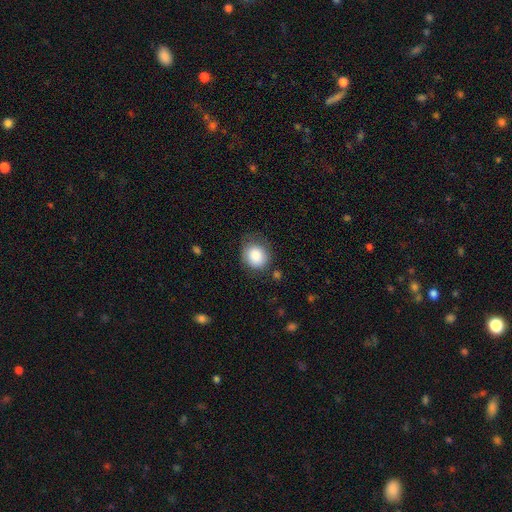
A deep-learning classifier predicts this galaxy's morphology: smooth 86%, star or artifact 8%, featured or disk 6%. Down the decision tree: how rounded — round (69%); merging — none (69%).